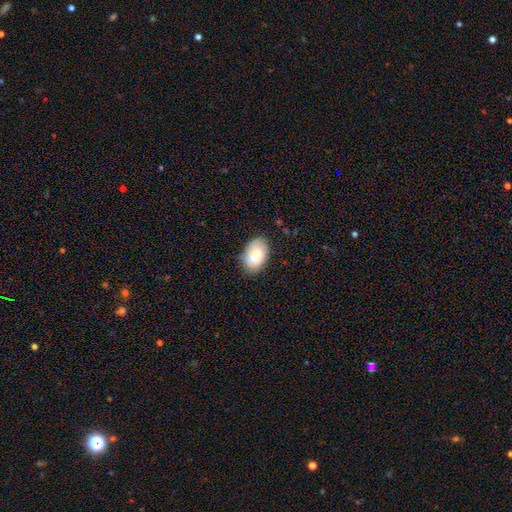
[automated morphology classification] This is likely a smooth galaxy (79%). How rounded: clearly in between (92%). Merging: likely none (75%).